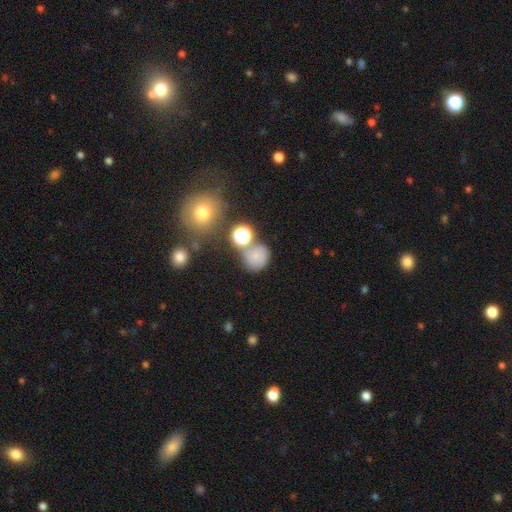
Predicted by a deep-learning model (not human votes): This appears to be a smooth galaxy with no disk features (66%) that is round (79%). Merging: none (54%).